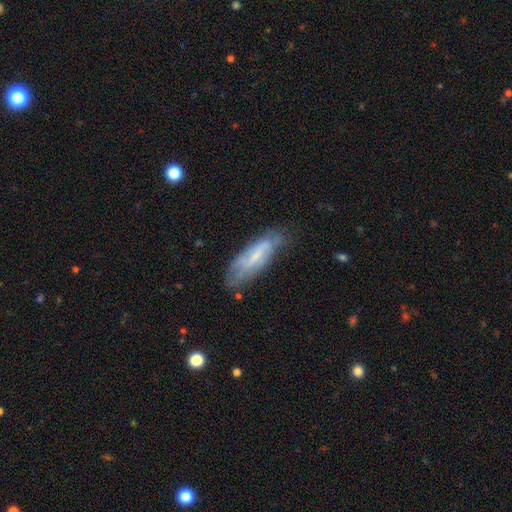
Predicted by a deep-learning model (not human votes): featured or disk 51%, smooth 41%, star or artifact 8%. Down the decision tree: edge-on disk — no (75%); merging — none (59%).